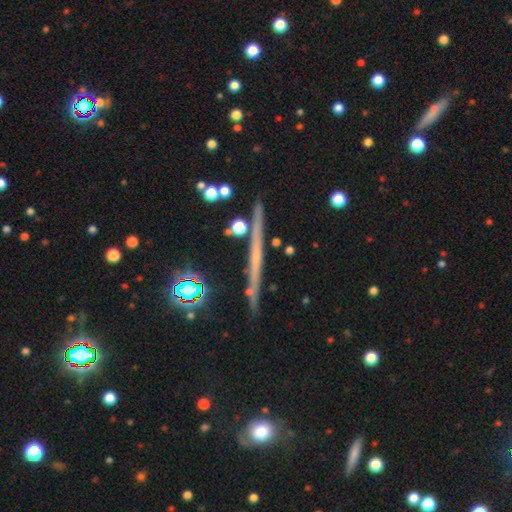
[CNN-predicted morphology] A featured or disk galaxy (60%) viewed edge-on (97%) with no central bulge (83%).

Vote fractions:
- Smooth or featured? featured or disk: 60% / smooth: 27% / star or artifact: 14%
- Edge-on disk? yes: 97% / no: 3%
- Edge-on bulge? none: 83% / rounded: 12% / boxy: 5%
- Merging? none: 88% / minor disturbance: 8% / merger: 2% / major disturbance: 2%